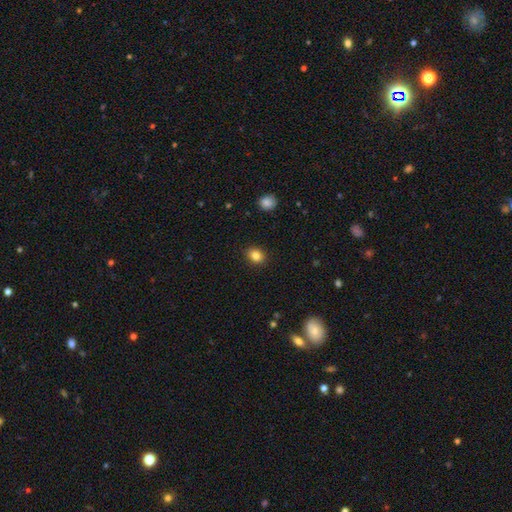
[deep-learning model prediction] Overall: smooth (85%). How rounded: in between (52%; round 47%). Merging: none (90%).